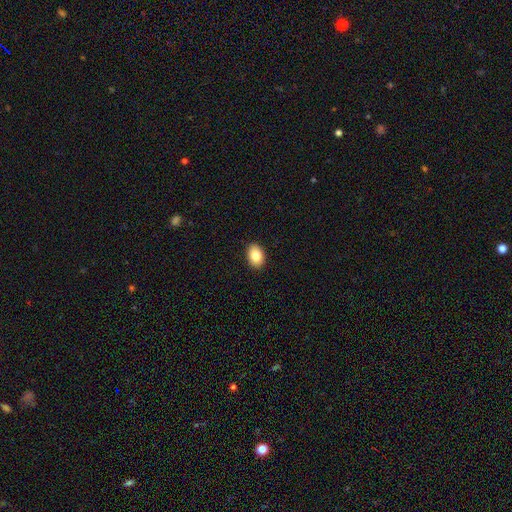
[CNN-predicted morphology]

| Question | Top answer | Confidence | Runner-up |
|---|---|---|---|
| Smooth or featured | smooth | 84% | featured or disk (8%) |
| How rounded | in between | 82% | round (17%) |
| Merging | none | 90% | minor disturbance (7%) |